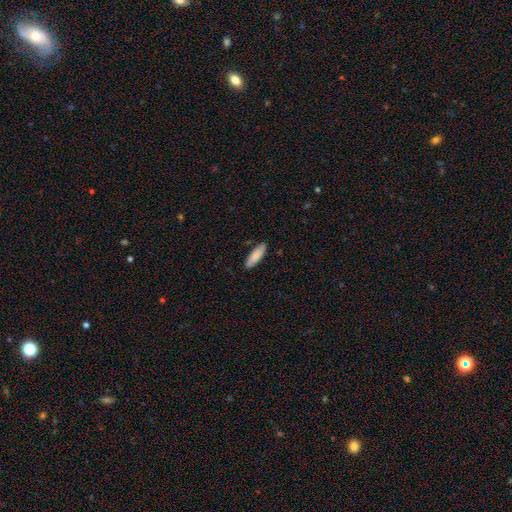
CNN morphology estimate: Smooth or featured?
  - smooth: 84% *
  - featured or disk: 10%
  - star or artifact: 6%
How rounded?
  - cigar-shaped: 52% *
  - in between: 47%
  - round: 1%
Merging?
  - none: 85% *
  - minor disturbance: 12%
  - major disturbance: 2%
  - merger: 1%